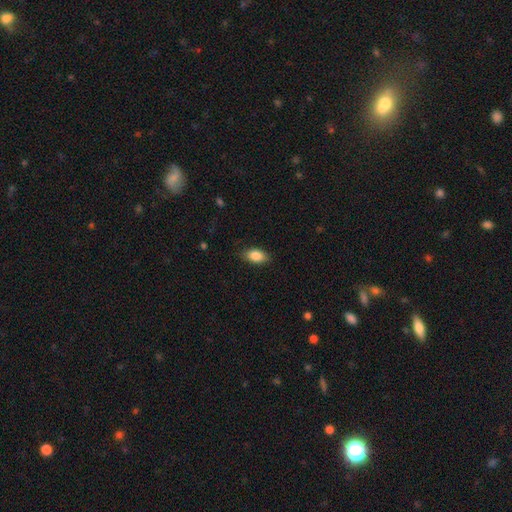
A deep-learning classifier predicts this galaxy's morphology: Smooth or featured? smooth (87%)
How rounded? in between (90%)
Merging? none (84%)